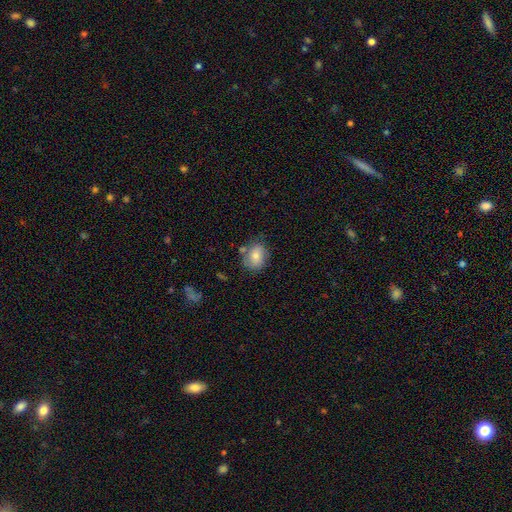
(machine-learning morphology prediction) smooth 66%, featured or disk 25%, star or artifact 10%. Down the decision tree: how rounded — in between (52%); merging — none (68%).